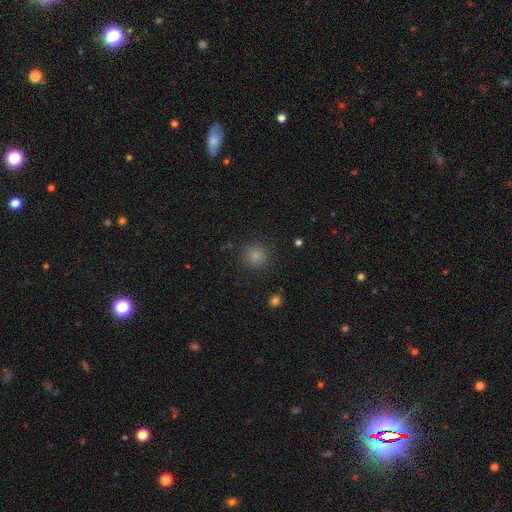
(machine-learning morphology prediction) Smooth or featured?
  - smooth: 83% *
  - star or artifact: 12%
  - featured or disk: 4%
How rounded?
  - round: 92% *
  - in between: 7%
  - cigar-shaped: 1%
Merging?
  - none: 87% *
  - minor disturbance: 8%
  - major disturbance: 3%
  - merger: 1%